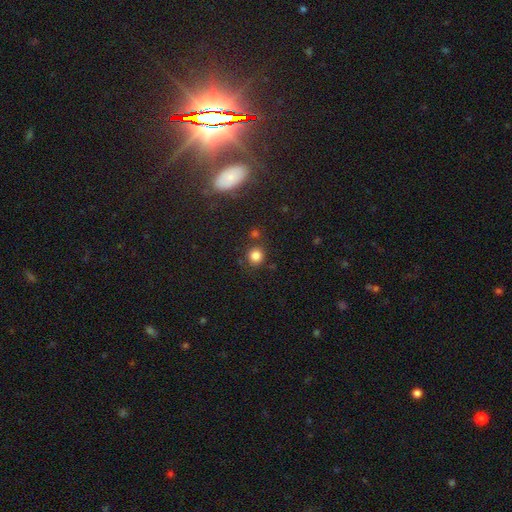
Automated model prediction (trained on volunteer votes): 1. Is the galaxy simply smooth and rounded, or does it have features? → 82% smooth, 13% star or artifact, 5% featured or disk.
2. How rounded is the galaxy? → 88% round, 11% in between, 1% cigar-shaped.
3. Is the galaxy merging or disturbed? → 78% none, 10% minor disturbance, 8% merger, 4% major disturbance.